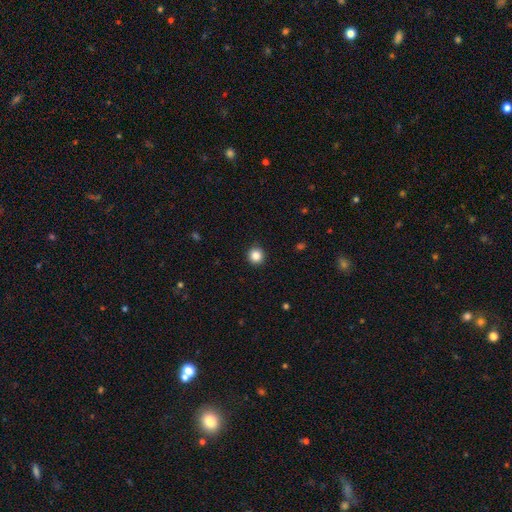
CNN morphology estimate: Smooth or featured? Predicted: smooth (p=0.85). How rounded? Predicted: round (p=0.94). Merging? Predicted: none (p=0.92).